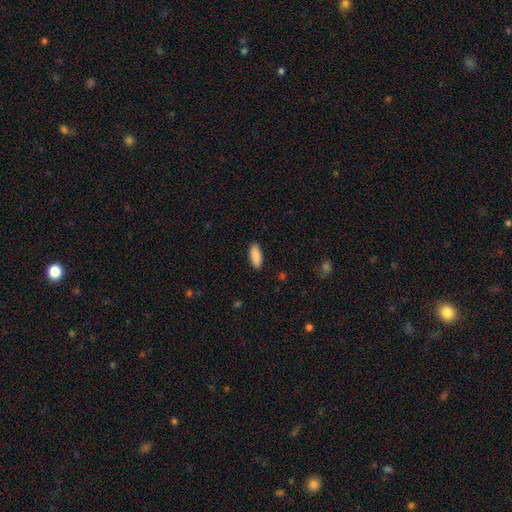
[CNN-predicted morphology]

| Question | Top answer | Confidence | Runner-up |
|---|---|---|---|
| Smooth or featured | smooth | 90% | star or artifact (6%) |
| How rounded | in between | 78% | cigar-shaped (20%) |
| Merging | none | 89% | minor disturbance (8%) |